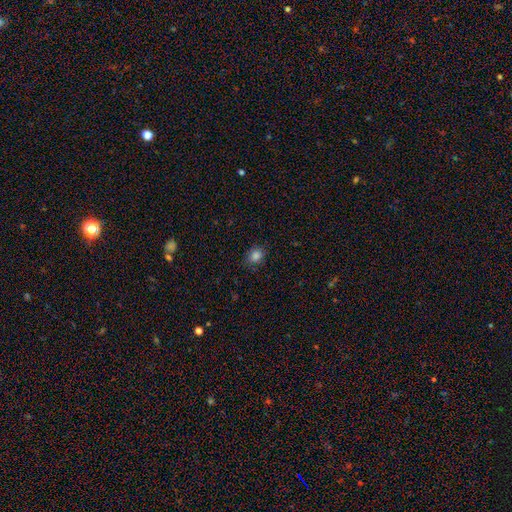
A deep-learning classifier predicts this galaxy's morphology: Smooth or featured: smooth — 84% (star or artifact — 12%)
How rounded: round — 60% (in between — 39%)
Merging: none — 84% (minor disturbance — 12%)